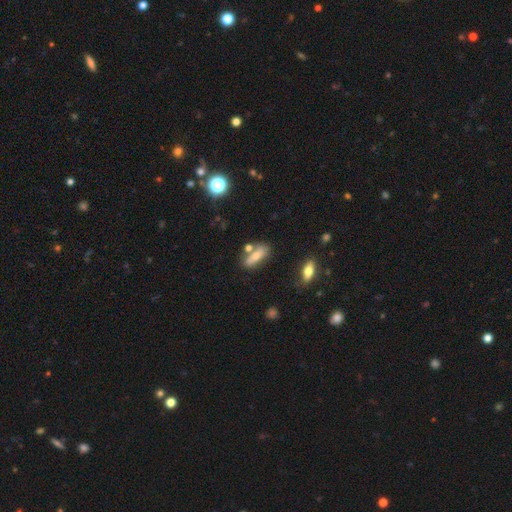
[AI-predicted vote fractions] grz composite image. It shows a smooth galaxy with no disk features (64%) that is in between round and cigar-shaped (61%). Merging: none (63%).